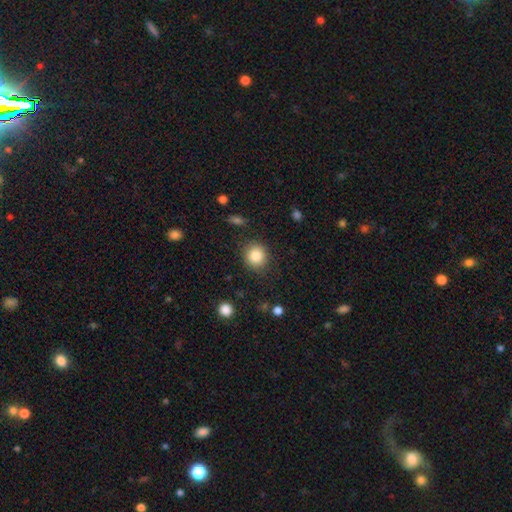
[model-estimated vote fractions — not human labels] Overall: smooth (85%). How rounded: round (88%). Merging: none (87%).